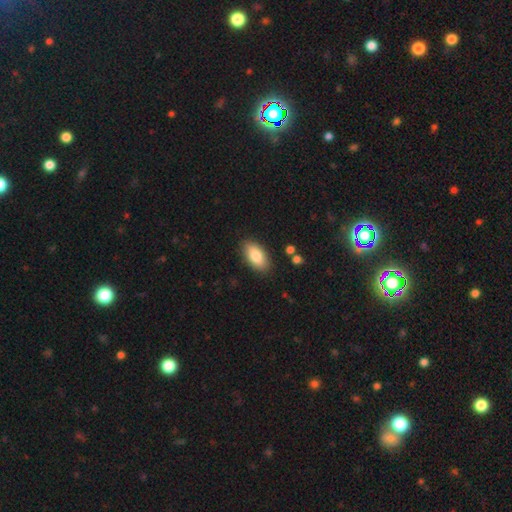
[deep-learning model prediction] smooth-or-featured: smooth: 82% | featured or disk: 12% | star or artifact: 6%
  how-rounded: in between: 92% | cigar-shaped: 5% | round: 3%
  merging: none: 87% | minor disturbance: 9% | major disturbance: 2% | merger: 2%